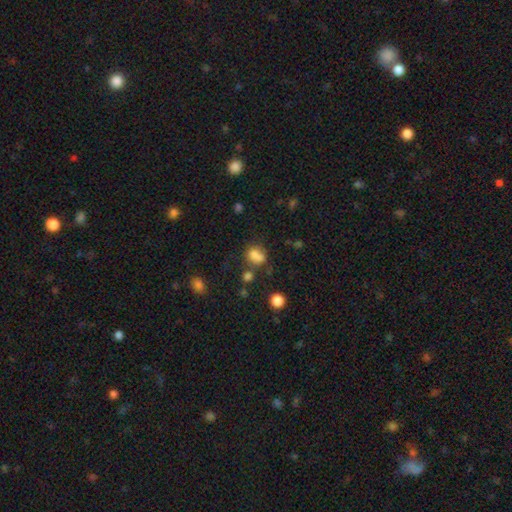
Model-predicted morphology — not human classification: A smooth galaxy with no disk features (73%) that is round (51%).

Vote fractions:
- Smooth or featured? smooth: 73% / star or artifact: 15% / featured or disk: 11%
- How rounded? round: 51% / in between: 48% / cigar-shaped: 1%
- Merging? none: 41% / merger: 32% / minor disturbance: 18% / major disturbance: 10%